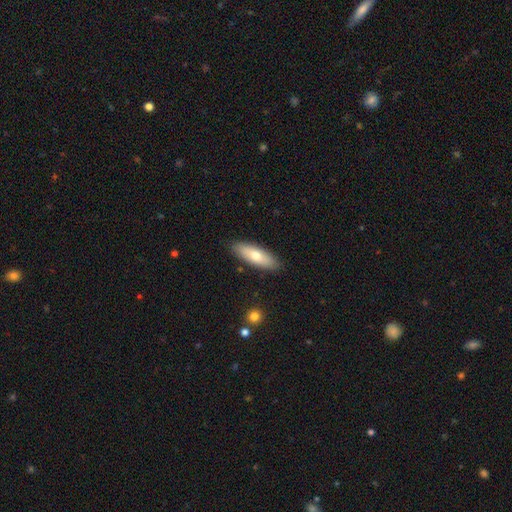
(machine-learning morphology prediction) Smooth or featured: smooth — 68% (featured or disk — 27%)
How rounded: in between — 59% (cigar-shaped — 39%)
Merging: none — 87% (minor disturbance — 9%)